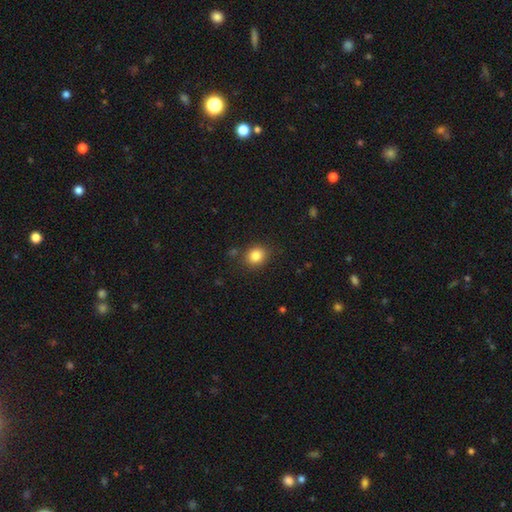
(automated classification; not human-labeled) smooth-or-featured: smooth: 84% | star or artifact: 11% | featured or disk: 5%
  how-rounded: round: 73% | in between: 27% | cigar-shaped: 1%
  merging: none: 85% | minor disturbance: 9% | major disturbance: 3% | merger: 3%